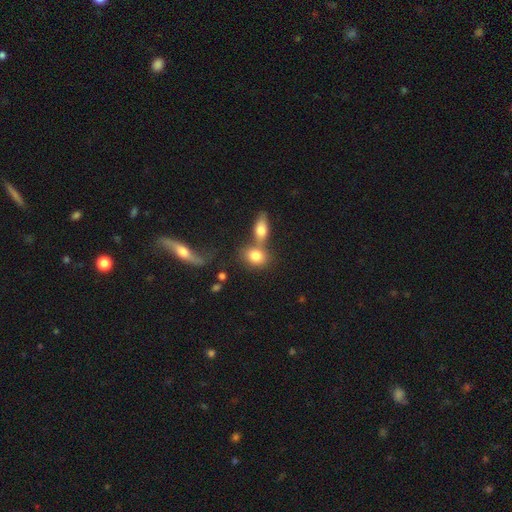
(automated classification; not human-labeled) Overall: smooth (78%). How rounded: in between (58%; round 38%). Merging: merger (50%; none 34%).